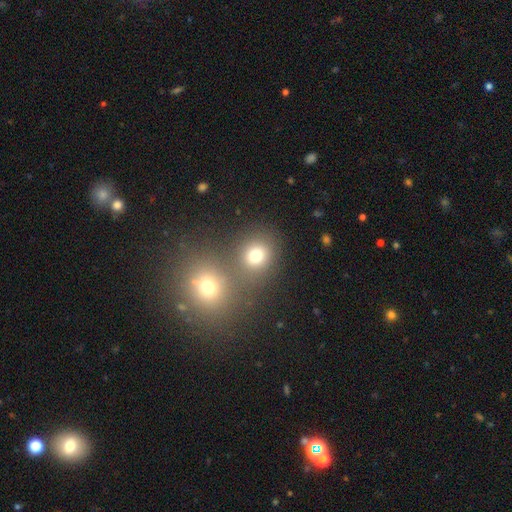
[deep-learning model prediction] This appears to be a smooth galaxy with no disk features (75%) that is round (80%). Merging: none (59%).